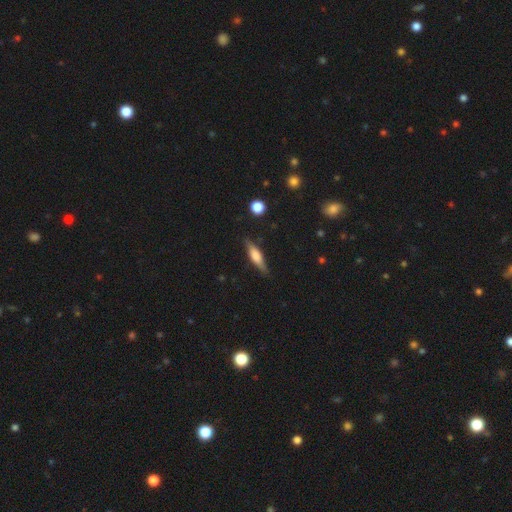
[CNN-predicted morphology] Overall: smooth (48%; featured or disk 45%). Merging: none (83%).